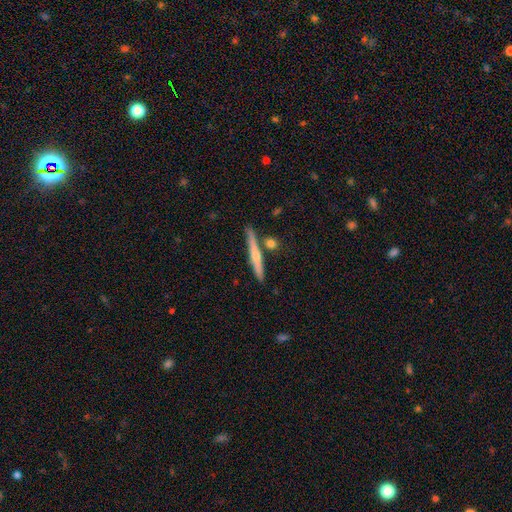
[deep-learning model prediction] Overall: featured or disk (54%; smooth 40%). Edge-on disk: yes (96%). Edge-on bulge: rounded (71%). Merging: none (80%).